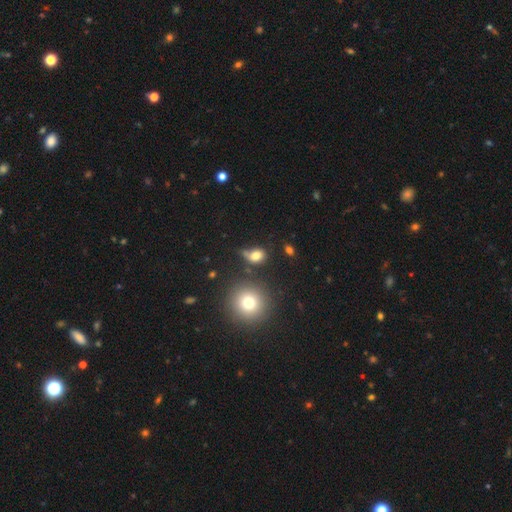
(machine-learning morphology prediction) This appears to be a smooth galaxy with no disk features (77%) that is in between round and cigar-shaped (55%). Merging: none (47%).